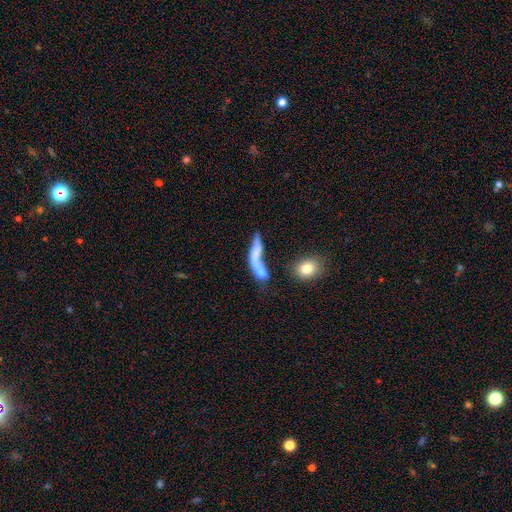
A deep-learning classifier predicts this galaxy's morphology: smooth-or-featured: smooth: 46% | featured or disk: 43% | star or artifact: 11%
  merging: merger: 41% | major disturbance: 26% | none: 20% | minor disturbance: 12%